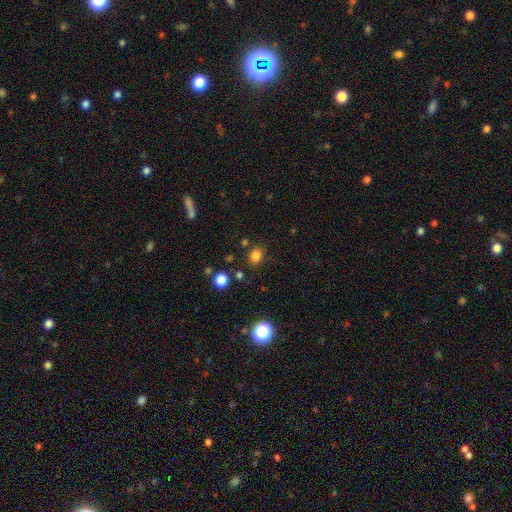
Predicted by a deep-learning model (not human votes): The model was most divided on "how rounded": round: 54%, in between: 45%, cigar-shaped: 1%. More confident: merging — none (81%); smooth or featured — smooth (80%).